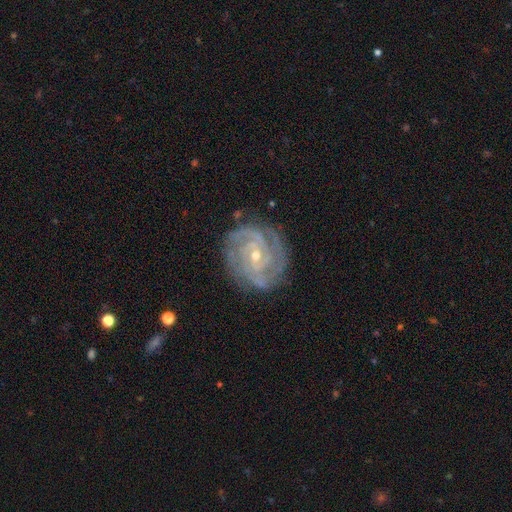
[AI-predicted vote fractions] Smooth or featured? Predicted: featured or disk (p=0.90). Edge-on disk? Predicted: no (p=0.97). Bar? Predicted: no (p=0.48). Spiral arms? Predicted: yes (p=0.98). Spiral winding? Predicted: tight (p=0.76). Spiral arm count? Predicted: 3 (p=0.32). Bulge size? Predicted: small (p=0.65). Merging? Predicted: none (p=0.81).